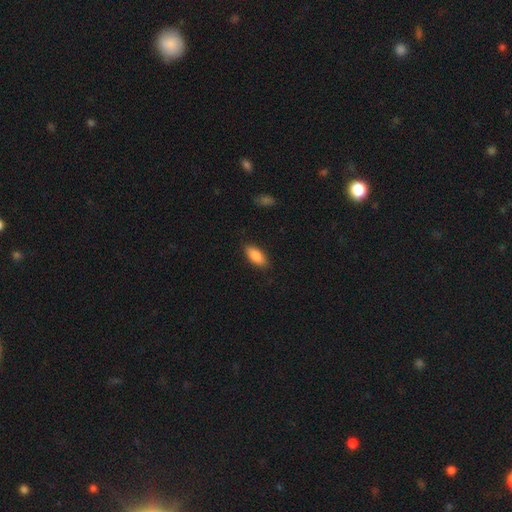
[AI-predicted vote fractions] This is clearly a smooth galaxy (87%). How rounded: clearly in between (86%). Merging: clearly none (86%).